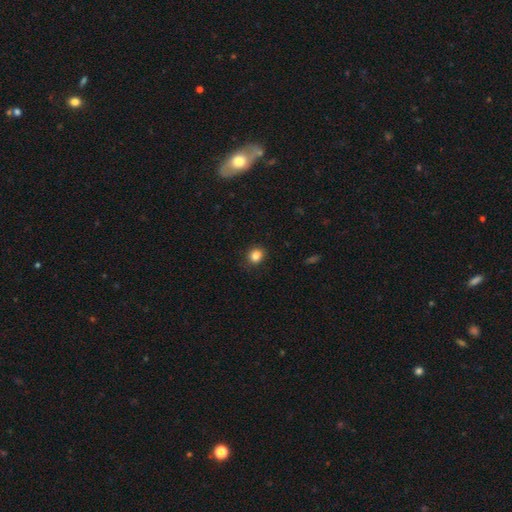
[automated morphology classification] Smooth or featured? Predicted: smooth (p=0.85). How rounded? Predicted: round (p=0.70). Merging? Predicted: none (p=0.87).